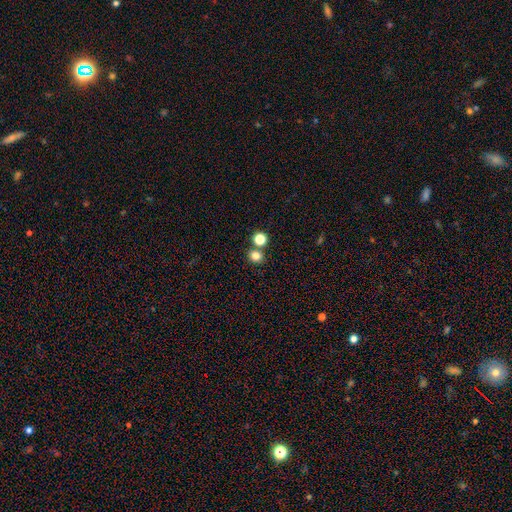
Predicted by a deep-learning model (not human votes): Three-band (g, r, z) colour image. It shows a smooth galaxy with no disk features (80%) that is round (82%). Merging: none (70%).